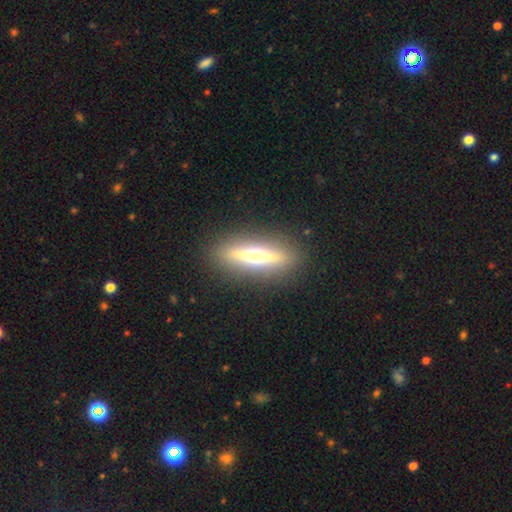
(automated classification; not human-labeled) The model was most divided on "smooth or featured": featured or disk: 59%, smooth: 35%, star or artifact: 7%. More confident: edge-on bulge — rounded (91%); edge-on disk — yes (91%); merging — none (90%).